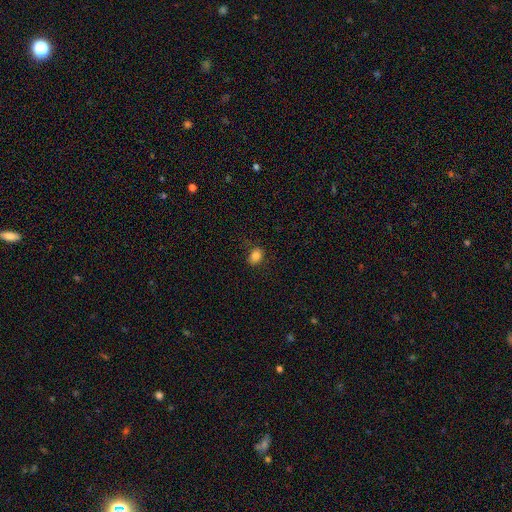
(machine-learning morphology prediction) Smooth or featured? smooth (83%)
How rounded? in between (72%)
Merging? none (83%)